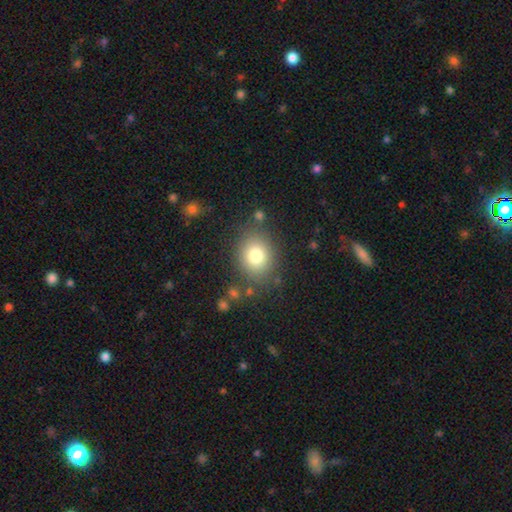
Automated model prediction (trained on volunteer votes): Overall: smooth (79%). How rounded: round (63%; in between 36%). Merging: none (80%).